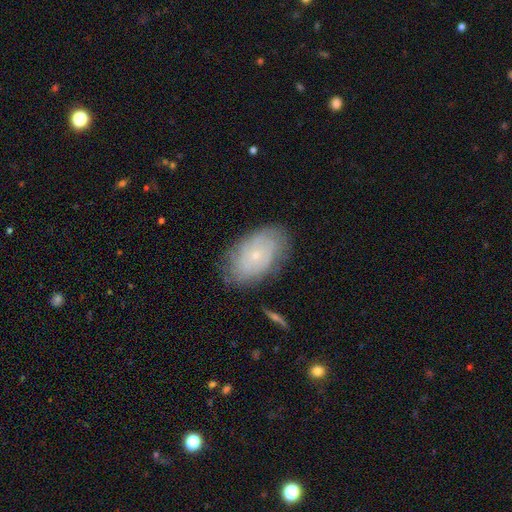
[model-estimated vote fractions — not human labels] Smooth or featured? Predicted: featured or disk (p=0.53). Edge-on disk? Predicted: no (p=0.94). Merging? Predicted: none (p=0.77).